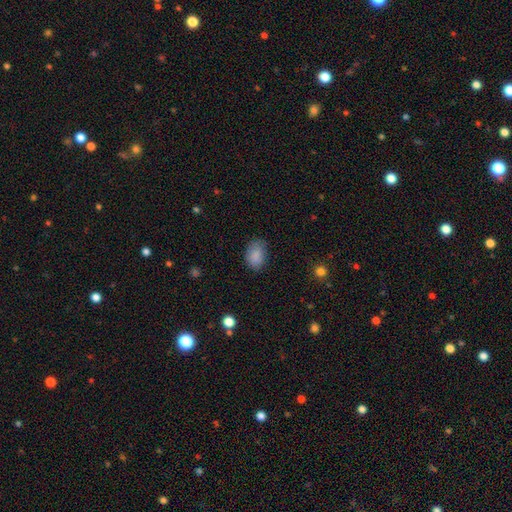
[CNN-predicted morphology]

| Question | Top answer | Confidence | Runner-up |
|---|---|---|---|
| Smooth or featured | smooth | 86% | star or artifact (8%) |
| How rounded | in between | 82% | round (17%) |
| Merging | none | 75% | minor disturbance (20%) |